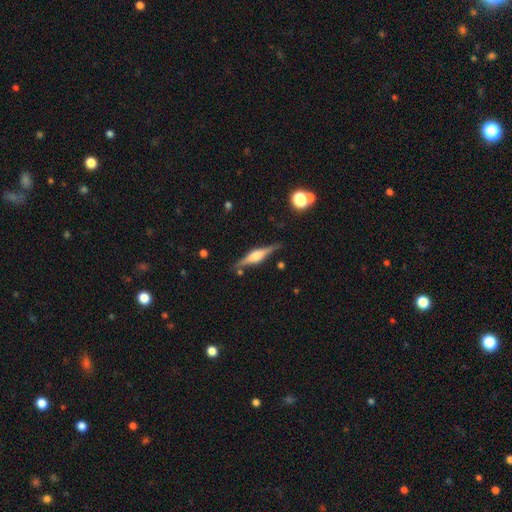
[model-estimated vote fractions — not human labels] Overall: featured or disk (77%). Edge-on disk: yes (98%). Edge-on bulge: rounded (81%). Merging: none (85%).